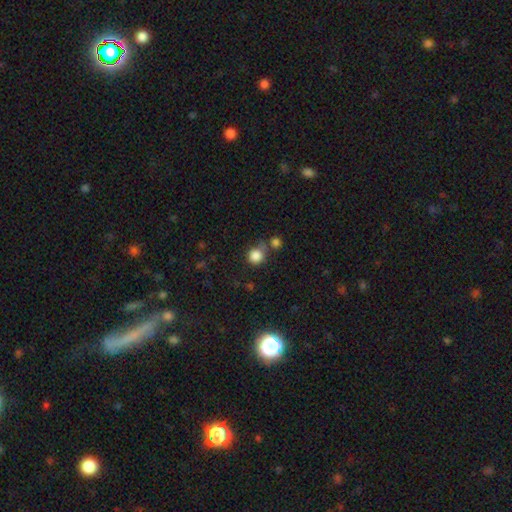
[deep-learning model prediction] Q: Smooth or featured?
A: smooth (85%); runner-up: star or artifact (10%)
Q: How rounded?
A: round (90%); runner-up: in between (9%)
Q: Merging?
A: none (62%); runner-up: merger (18%)